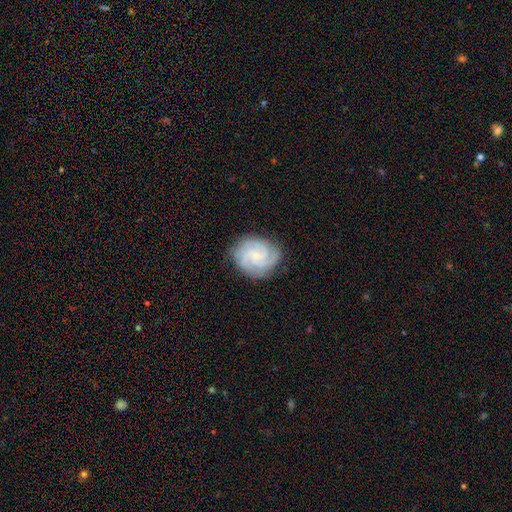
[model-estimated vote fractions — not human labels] Smooth or featured? featured or disk (84%)
Edge-on disk? no (98%)
Bar? no (70%)
Spiral arms? yes (98%)
Spiral winding? tight (67%)
Spiral arm count? 3 (38%)
Bulge size? small (77%)
Merging? none (82%)